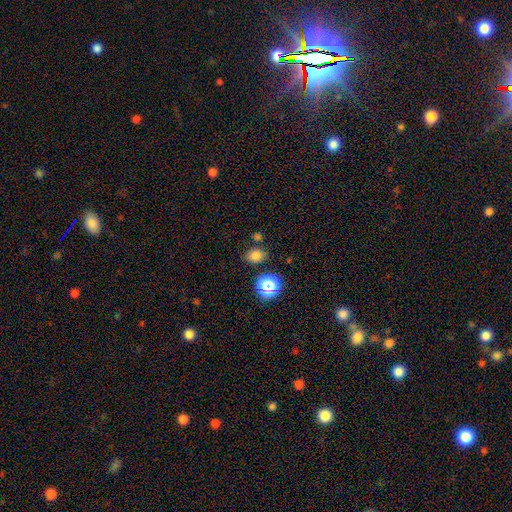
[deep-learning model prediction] Morphology: type=smooth (76%); roundness=round (53%); merging=none (78%).